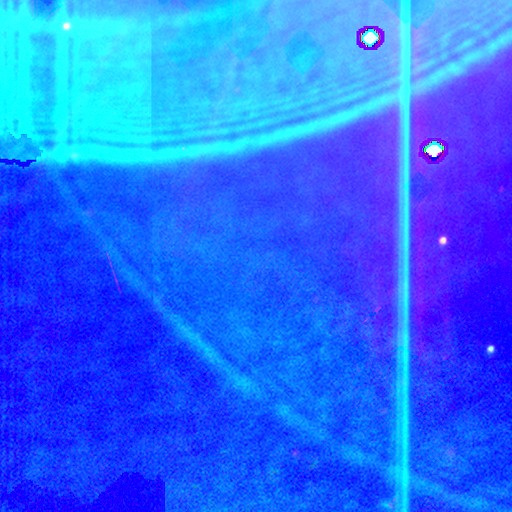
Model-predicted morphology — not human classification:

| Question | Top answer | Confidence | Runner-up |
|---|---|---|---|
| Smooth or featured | star or artifact | 87% | featured or disk (8%) |